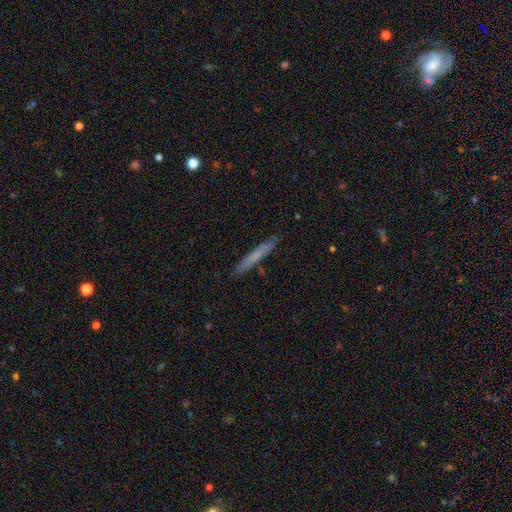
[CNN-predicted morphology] smooth 63%, featured or disk 31%, star or artifact 6%. Down the decision tree: how rounded — cigar-shaped (96%); merging — none (87%).